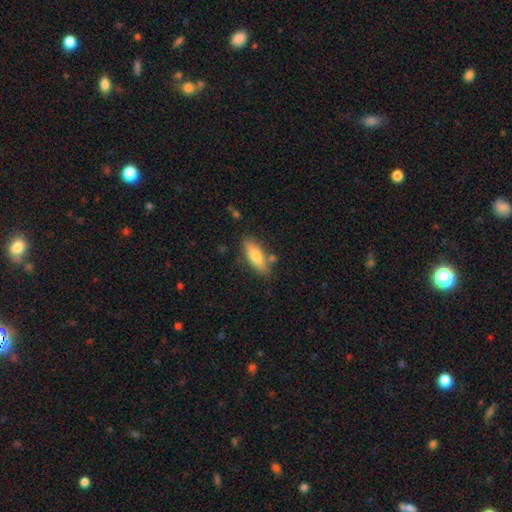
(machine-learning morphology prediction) Smooth or featured? Predicted: smooth (p=0.67). How rounded? Predicted: in between (p=0.56). Merging? Predicted: none (p=0.77).